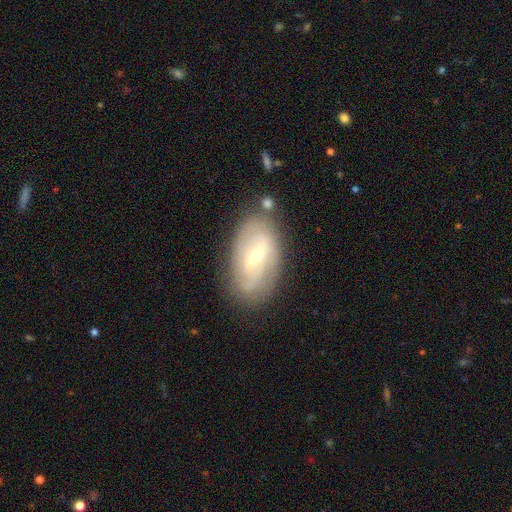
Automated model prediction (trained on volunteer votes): This appears to be a featured or disk galaxy (75%) with a weak bar (47%), 2 (47%) tight (51%) spiral arms (80%) and a small central bulge (56%). Merging: none (77%).